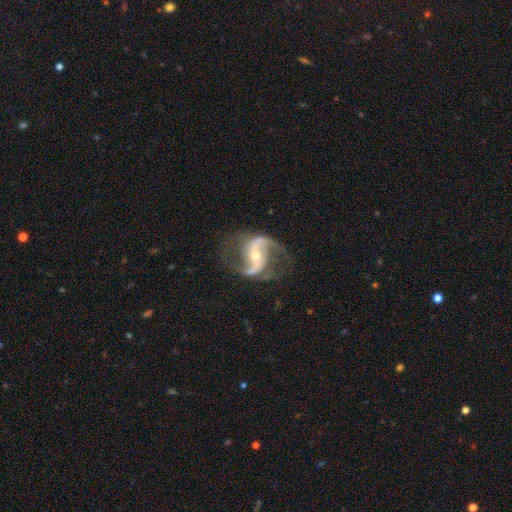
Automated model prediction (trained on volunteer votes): Smooth or featured? Predicted: featured or disk (p=0.92). Edge-on disk? Predicted: no (p=0.97). Bar? Predicted: strong (p=0.45). Spiral arms? Predicted: yes (p=0.97). Spiral winding? Predicted: loose (p=0.58). Spiral arm count? Predicted: 2 (p=0.93). Bulge size? Predicted: small (p=0.55). Merging? Predicted: none (p=0.74).